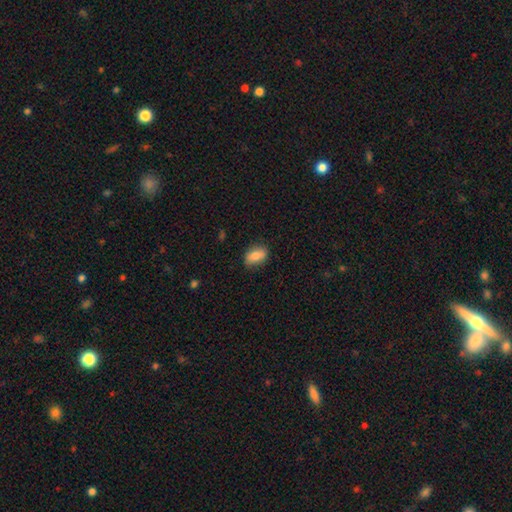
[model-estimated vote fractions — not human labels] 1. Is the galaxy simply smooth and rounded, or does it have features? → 81% smooth, 12% featured or disk, 7% star or artifact.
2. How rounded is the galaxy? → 87% in between, 9% round, 4% cigar-shaped.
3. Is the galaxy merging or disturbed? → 80% none, 16% minor disturbance, 3% major disturbance, 1% merger.